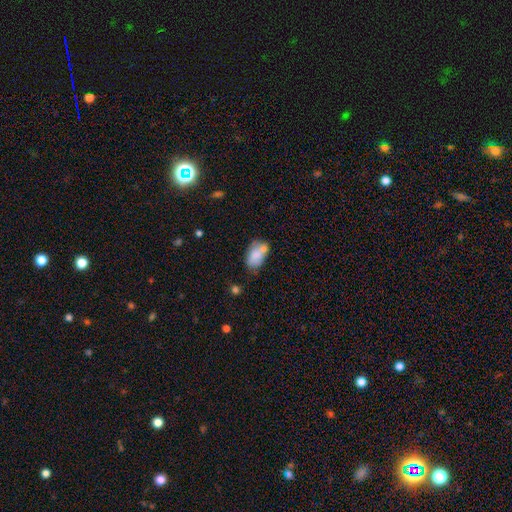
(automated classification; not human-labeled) This is likely a smooth galaxy (73%). How rounded: clearly in between (89%). Merging: marginally none (41%).